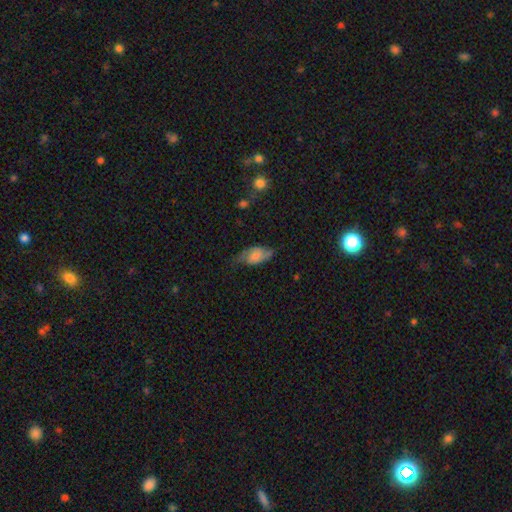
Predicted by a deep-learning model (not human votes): Q: Smooth or featured?
A: smooth (50%); runner-up: featured or disk (42%)
Q: Merging?
A: none (54%); runner-up: minor disturbance (31%)